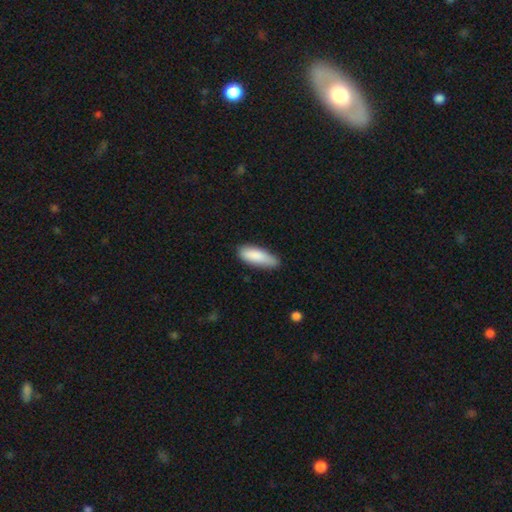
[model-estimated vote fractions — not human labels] Morphology: type=smooth (87%); roundness=in between (59%); merging=none (73%).